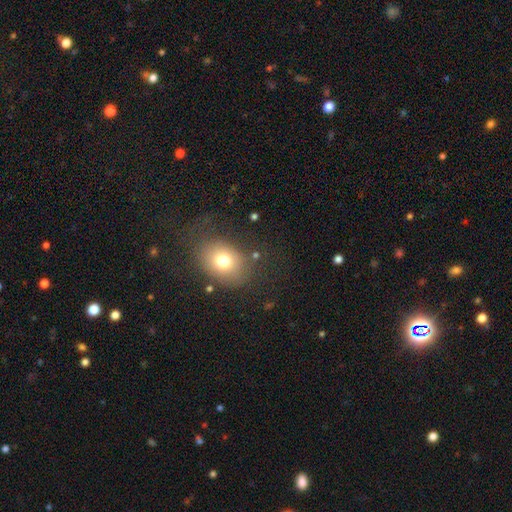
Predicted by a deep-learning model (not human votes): Smooth or featured?
  - smooth: 72% *
  - star or artifact: 14%
  - featured or disk: 14%
How rounded?
  - in between: 52% *
  - round: 47%
  - cigar-shaped: 1%
Merging?
  - none: 71% *
  - minor disturbance: 17%
  - major disturbance: 9%
  - merger: 2%